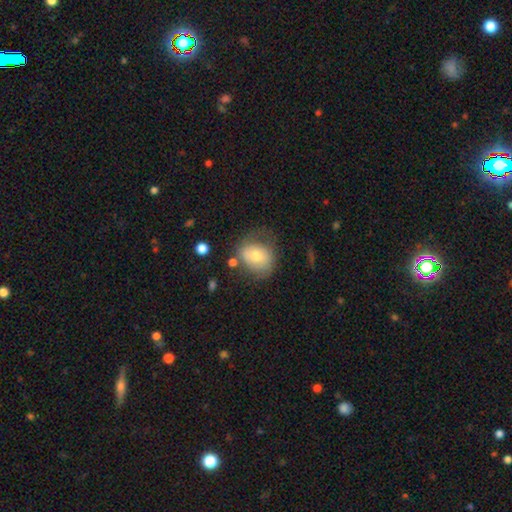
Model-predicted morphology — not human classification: This is likely a smooth galaxy (64%). How rounded: possibly round (55%). Merging: possibly none (53%).